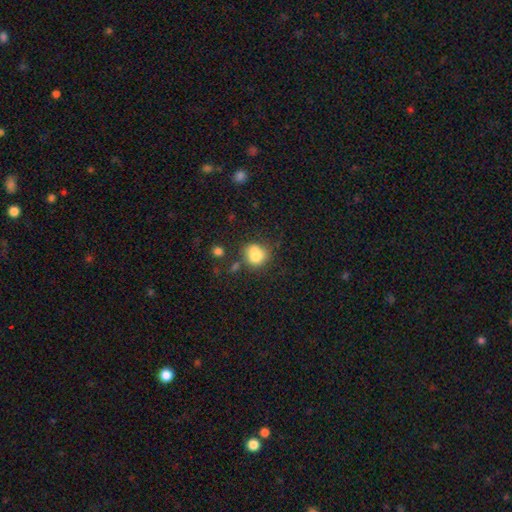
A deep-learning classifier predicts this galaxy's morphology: smooth_or_featured: smooth (p=0.78) [alt: featured or disk p=0.12]
how_rounded: round (p=0.74) [alt: in between p=0.25]
merging: none (p=0.52) [alt: minor disturbance p=0.22]